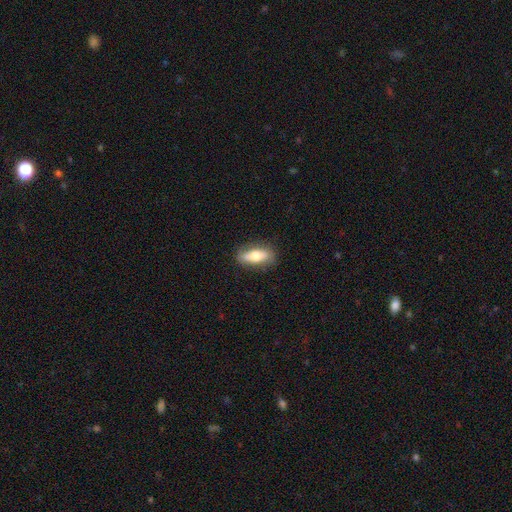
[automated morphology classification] The model was most divided on "smooth or featured": smooth: 63%, featured or disk: 30%, star or artifact: 6%. More confident: merging — none (82%); how rounded — in between (73%).